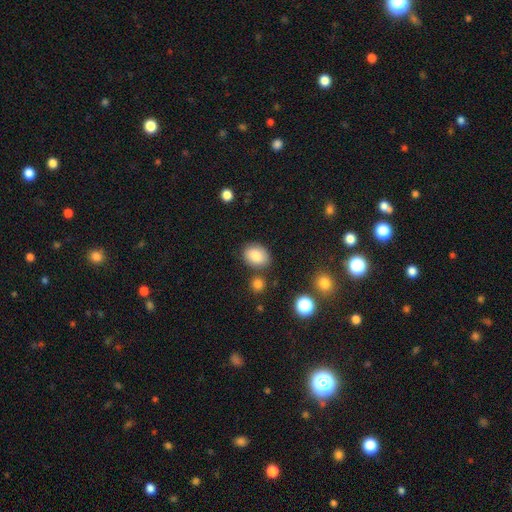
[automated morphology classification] Smooth or featured?
  - smooth: 83% *
  - star or artifact: 9%
  - featured or disk: 8%
How rounded?
  - in between: 64% *
  - round: 35%
  - cigar-shaped: 1%
Merging?
  - none: 78% *
  - minor disturbance: 12%
  - merger: 7%
  - major disturbance: 3%